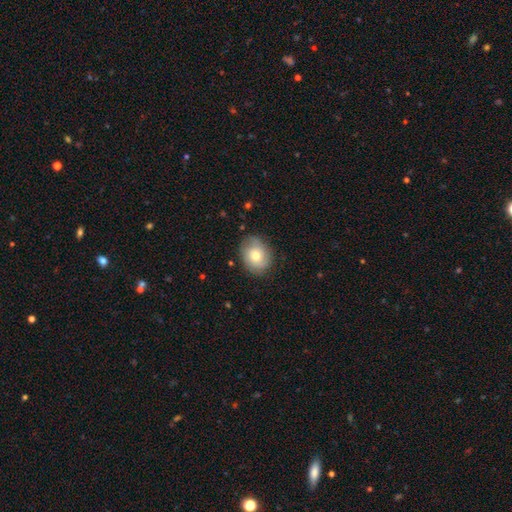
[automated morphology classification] This is likely a smooth galaxy (66%). How rounded: possibly round (56%). Merging: likely none (78%).